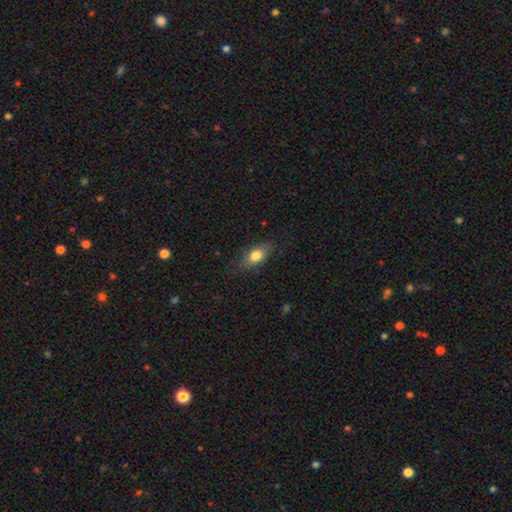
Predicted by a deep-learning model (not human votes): smooth_or_featured: smooth (p=0.77) [alt: featured or disk p=0.15]
how_rounded: in between (p=0.83) [alt: cigar-shaped p=0.10]
merging: none (p=0.77) [alt: minor disturbance p=0.17]